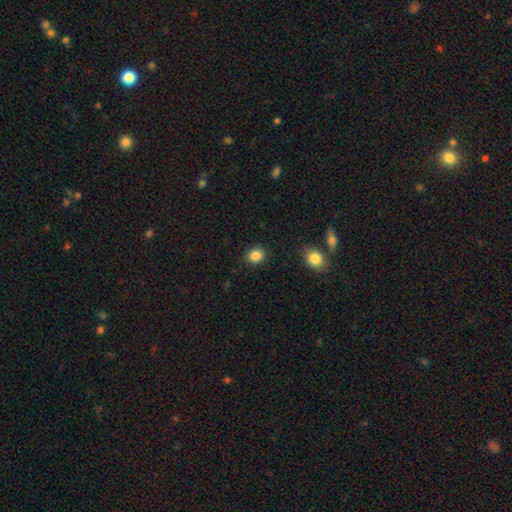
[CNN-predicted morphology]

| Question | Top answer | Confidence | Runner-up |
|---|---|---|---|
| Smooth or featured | smooth | 86% | star or artifact (10%) |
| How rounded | round | 65% | in between (34%) |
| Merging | none | 89% | minor disturbance (7%) |